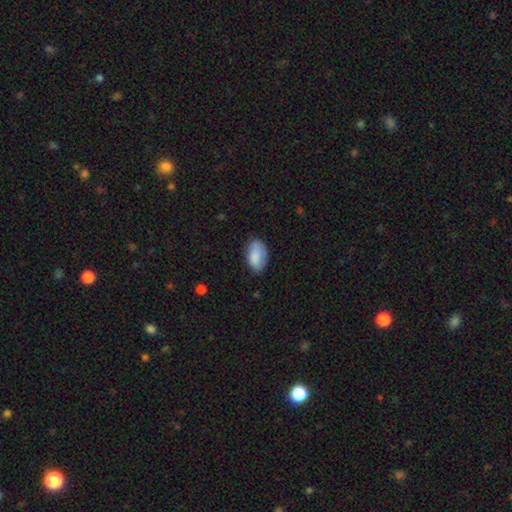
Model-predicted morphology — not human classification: type=smooth (84%); roundness=in between (93%); merging=none (73%).